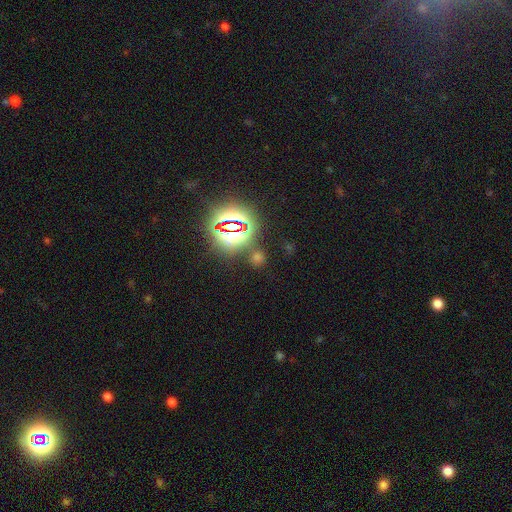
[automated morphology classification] This appears to be a star or artifact, not a galaxy (70%).